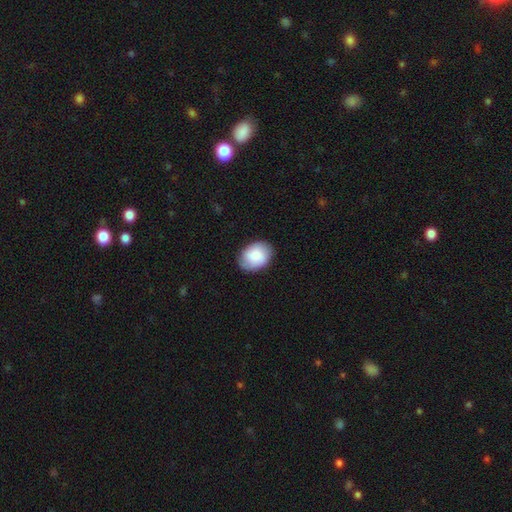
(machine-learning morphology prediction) A smooth galaxy with no disk features (79%) that is in between round and cigar-shaped (64%).

Vote fractions:
- Smooth or featured? smooth: 79% / featured or disk: 14% / star or artifact: 6%
- How rounded? in between: 64% / round: 35% / cigar-shaped: 1%
- Merging? none: 80% / minor disturbance: 16% / major disturbance: 3% / merger: 1%